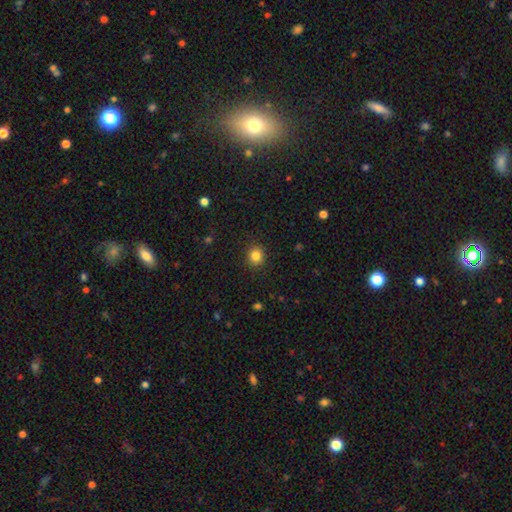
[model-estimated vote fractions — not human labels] This appears to be a smooth galaxy with no disk features (84%) that is round (86%). Merging: none (91%).